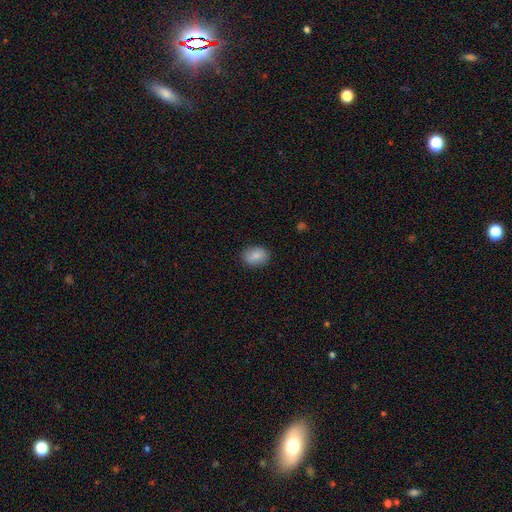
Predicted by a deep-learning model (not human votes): smooth 85%, star or artifact 8%, featured or disk 7%. Down the decision tree: how rounded — in between (64%); merging — none (85%).